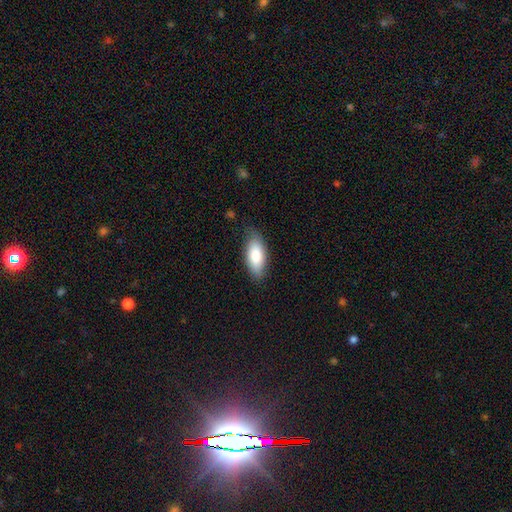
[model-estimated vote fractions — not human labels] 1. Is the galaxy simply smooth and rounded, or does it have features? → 81% smooth, 13% featured or disk, 6% star or artifact.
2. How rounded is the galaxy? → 85% in between, 13% cigar-shaped, 2% round.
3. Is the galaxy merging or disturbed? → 76% none, 20% minor disturbance, 3% major disturbance, 1% merger.